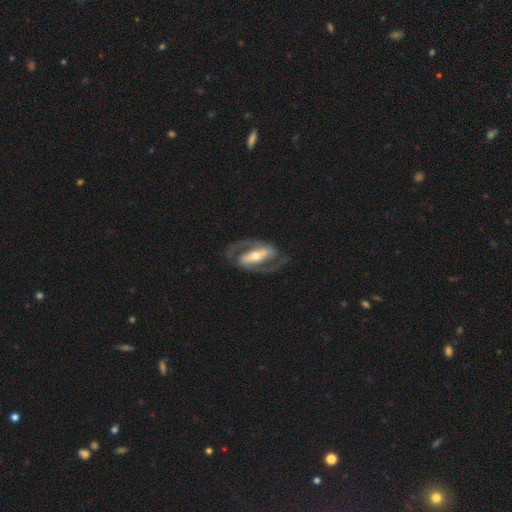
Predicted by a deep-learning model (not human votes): Morphology: type=featured or disk (89%); edge-on=no (94%); bar=strong (70%); spiral arms=yes (94%); winding=medium (56%); arm count=2 (92%); bulge=moderate (57%); merging=none (79%).